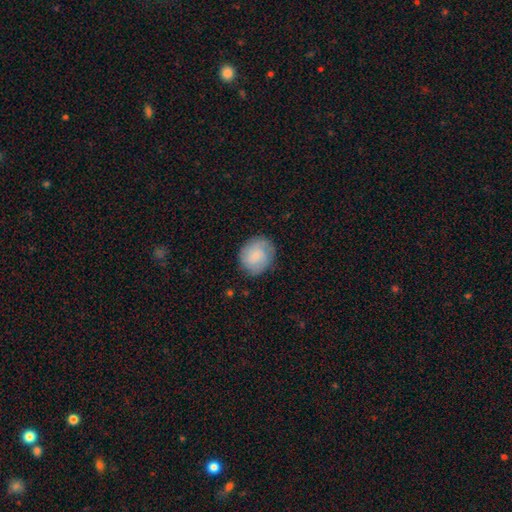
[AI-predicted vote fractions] Q: Smooth or featured?
A: smooth (67%); runner-up: featured or disk (26%)
Q: How rounded?
A: round (76%); runner-up: in between (23%)
Q: Merging?
A: none (76%); runner-up: minor disturbance (17%)